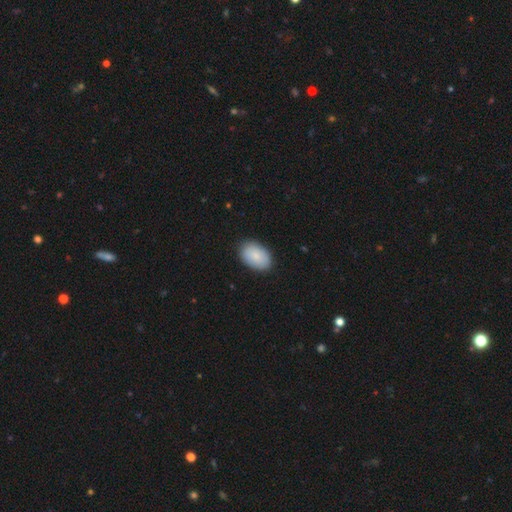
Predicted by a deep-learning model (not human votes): A smooth galaxy with no disk features (87%) that is in between round and cigar-shaped (89%). Merging: none (88%).